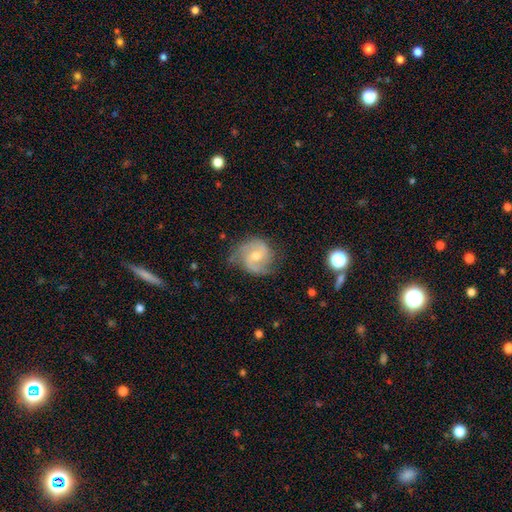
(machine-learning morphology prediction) Smooth or featured? featured or disk (80%)
Edge-on disk? no (98%)
Bar? no (52%)
Spiral arms? yes (95%)
Spiral winding? medium (51%)
Spiral arm count? 2 (78%)
Bulge size? moderate (60%)
Merging? none (68%)